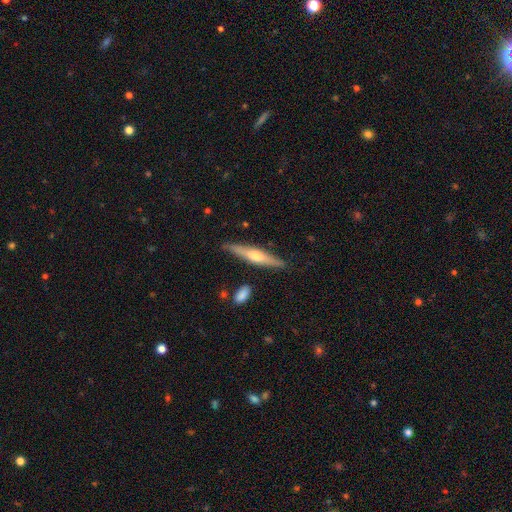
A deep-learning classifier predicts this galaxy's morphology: This is possibly a featured or disk galaxy (57%). It is clearly viewed edge-on (94%). Edge-on bulge: clearly rounded (86%). Merging: clearly none (84%).